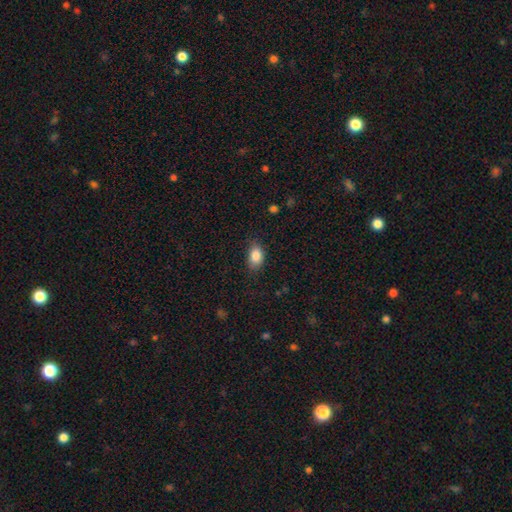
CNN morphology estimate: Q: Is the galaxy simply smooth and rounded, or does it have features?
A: smooth — 86%.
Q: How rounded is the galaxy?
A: in between — 85%.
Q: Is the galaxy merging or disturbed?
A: none — 78%.